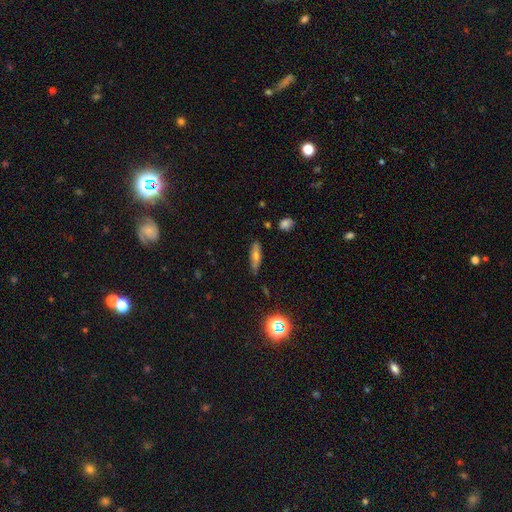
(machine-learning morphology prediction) smooth-or-featured: smooth: 60% | featured or disk: 29% | star or artifact: 11%
  how-rounded: cigar-shaped: 59% | in between: 37% | round: 4%
  merging: none: 82% | minor disturbance: 14% | major disturbance: 2% | merger: 2%